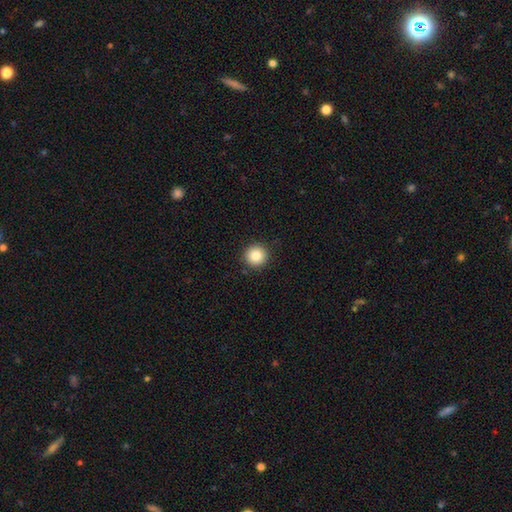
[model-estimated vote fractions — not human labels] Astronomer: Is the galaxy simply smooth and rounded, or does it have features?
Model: smooth — 85%.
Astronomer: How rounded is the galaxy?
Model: round — 95%.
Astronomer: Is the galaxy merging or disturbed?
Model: none — 92%.